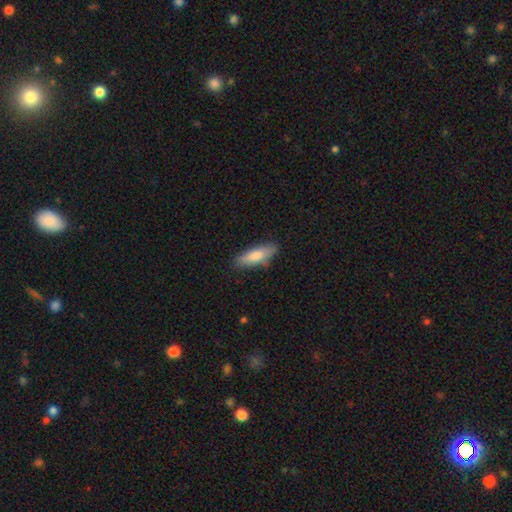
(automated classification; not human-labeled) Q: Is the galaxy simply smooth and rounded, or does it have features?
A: smooth — 76%.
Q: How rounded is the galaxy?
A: cigar-shaped — 55%.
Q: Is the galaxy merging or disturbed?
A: none — 84%.